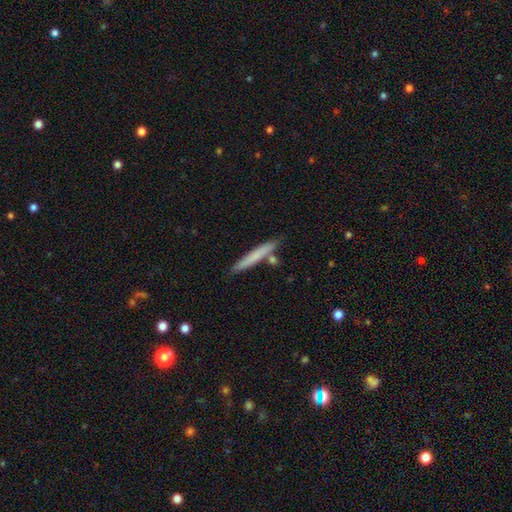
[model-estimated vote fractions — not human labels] A smooth galaxy with no disk features (68%) that is cigar-shaped (96%). Merging: none (83%).